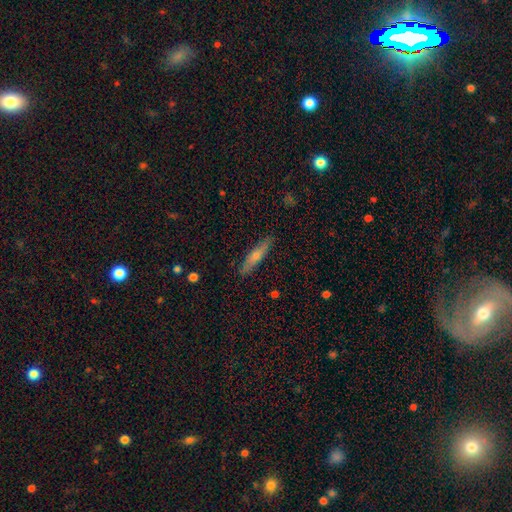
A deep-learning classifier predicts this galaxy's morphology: type=smooth (57%); roundness=cigar-shaped (84%); merging=none (88%).